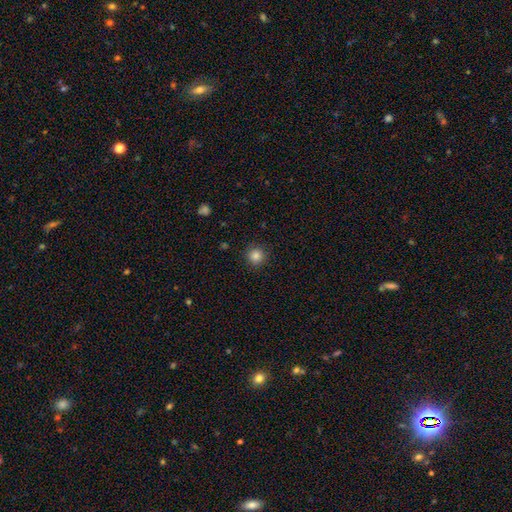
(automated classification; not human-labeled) Morphology: type=smooth (84%); roundness=round (94%); merging=none (91%).